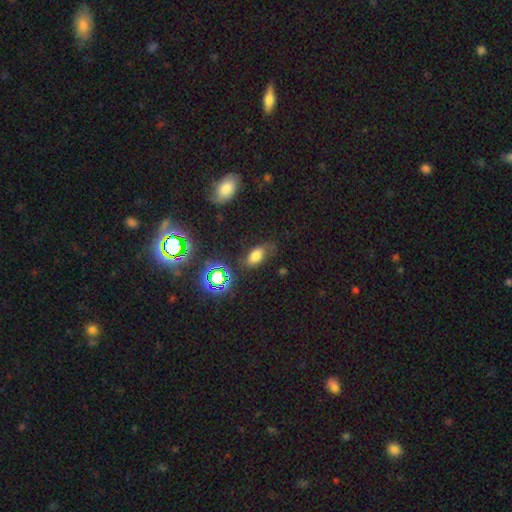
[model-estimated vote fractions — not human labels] Overall: smooth (69%). How rounded: in between (88%). Merging: none (70%).